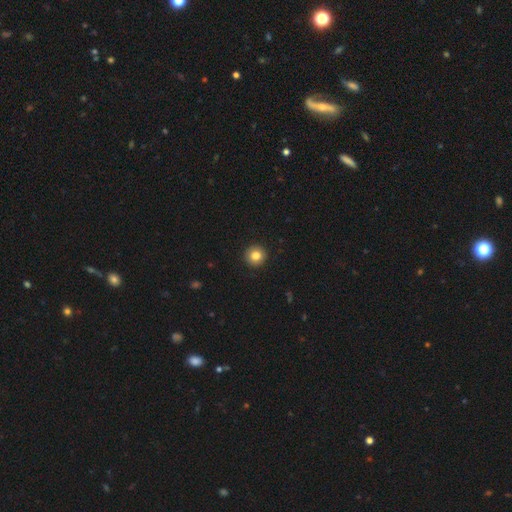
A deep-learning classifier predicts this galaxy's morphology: This appears to be a smooth galaxy with no disk features (84%) that is round (95%). Merging: none (93%).